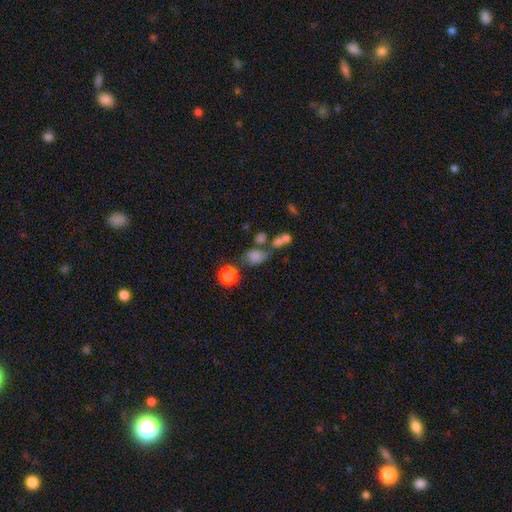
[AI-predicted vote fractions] Smooth or featured?
  - smooth: 53% *
  - star or artifact: 27%
  - featured or disk: 21%
How rounded?
  - round: 52% *
  - in between: 44%
  - cigar-shaped: 4%
Merging?
  - none: 39% *
  - merger: 31%
  - major disturbance: 16%
  - minor disturbance: 15%